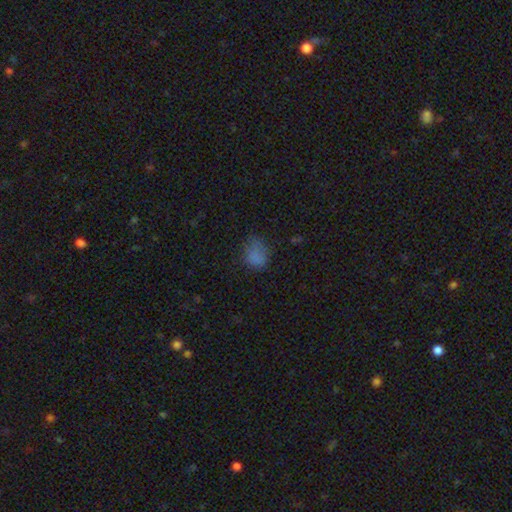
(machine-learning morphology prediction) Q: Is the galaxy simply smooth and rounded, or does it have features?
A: smooth — 77%.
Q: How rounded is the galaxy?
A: in between — 51%.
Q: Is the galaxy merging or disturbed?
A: none — 53%.